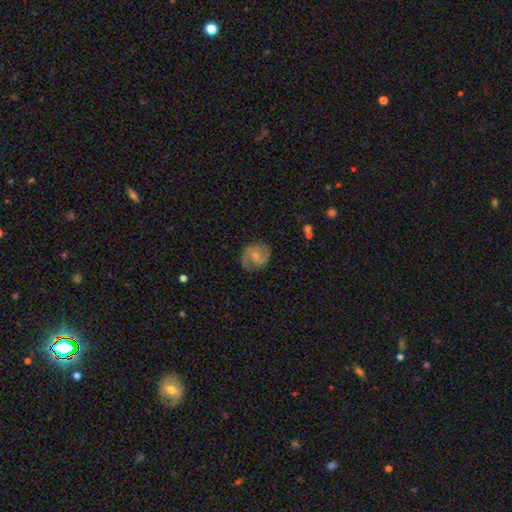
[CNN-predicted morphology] A featured or disk galaxy (75%) with no bar (54%), 2 (89%) medium (53%) spiral arms (94%) and a small central bulge (57%).

Vote fractions:
- Smooth or featured? featured or disk: 75% / smooth: 19% / star or artifact: 6%
- Edge-on disk? no: 98% / yes: 2%
- Bar? no: 54% / weak: 39% / strong: 7%
- Spiral arms? yes: 94% / no: 6%
- Spiral winding? medium: 53% / tight: 28% / loose: 19%
- Spiral arm count? 2: 89% / can't tell: 5% / 1: 2% / 3: 2% / 4: 1% / more than 4: 1%
- Bulge size? small: 57% / moderate: 33% / none: 8% / large: 2% / dominant: 1%
- Merging? none: 76% / minor disturbance: 17% / major disturbance: 6% / merger: 1%